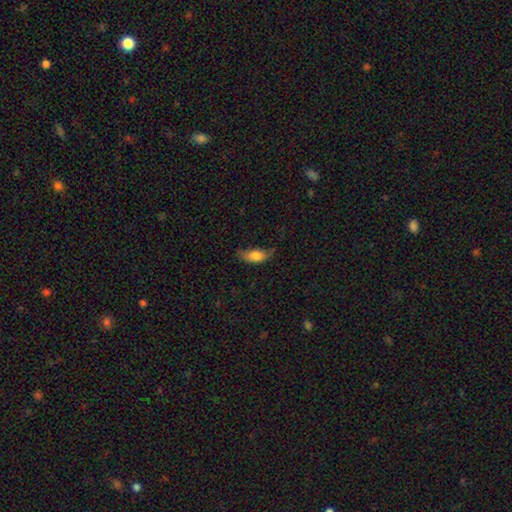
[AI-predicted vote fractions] This is likely a smooth galaxy (76%). How rounded: clearly in between (84%). Merging: marginally none (45%).